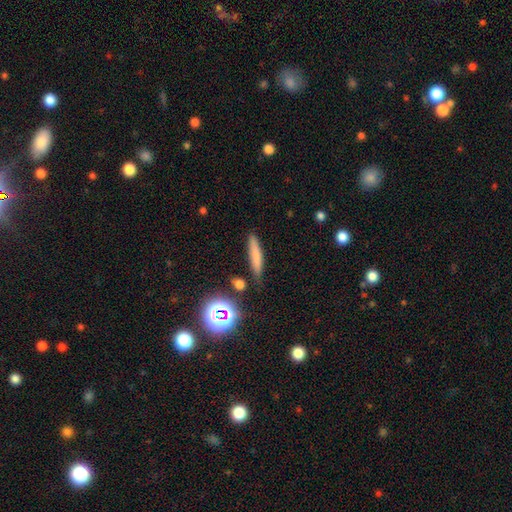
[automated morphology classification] type=smooth (71%); roundness=cigar-shaped (88%); merging=none (83%).